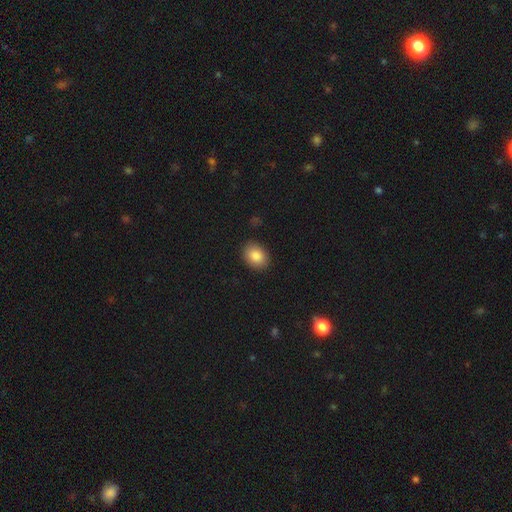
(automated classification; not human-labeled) Smooth or featured? smooth (87%)
How rounded? in between (70%)
Merging? none (87%)